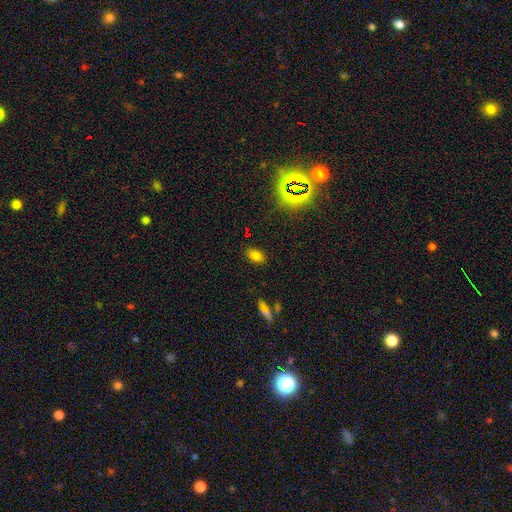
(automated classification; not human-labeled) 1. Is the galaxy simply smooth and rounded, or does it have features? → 76% smooth, 18% star or artifact, 7% featured or disk.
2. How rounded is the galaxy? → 87% in between, 10% round, 2% cigar-shaped.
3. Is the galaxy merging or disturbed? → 85% none, 10% minor disturbance, 3% major disturbance, 2% merger.